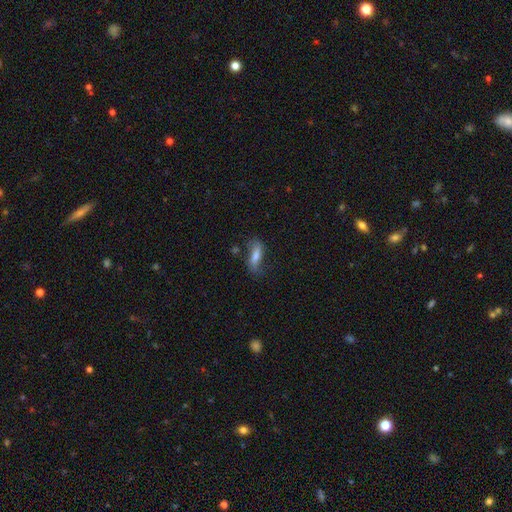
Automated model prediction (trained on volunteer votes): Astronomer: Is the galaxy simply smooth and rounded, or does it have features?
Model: smooth — 57% (runner-up: featured or disk, 33%).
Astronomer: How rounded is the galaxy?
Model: in between — 55% (runner-up: cigar-shaped, 41%).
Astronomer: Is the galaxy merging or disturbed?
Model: none — 59%.